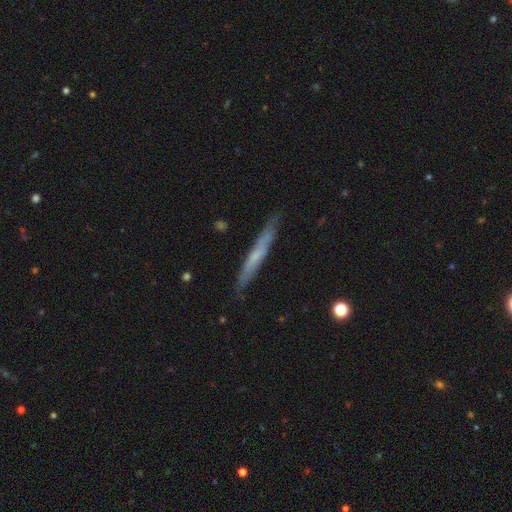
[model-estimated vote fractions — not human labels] Smooth or featured? Predicted: featured or disk (p=0.51). Edge-on disk? Predicted: yes (p=0.91). Merging? Predicted: none (p=0.85).